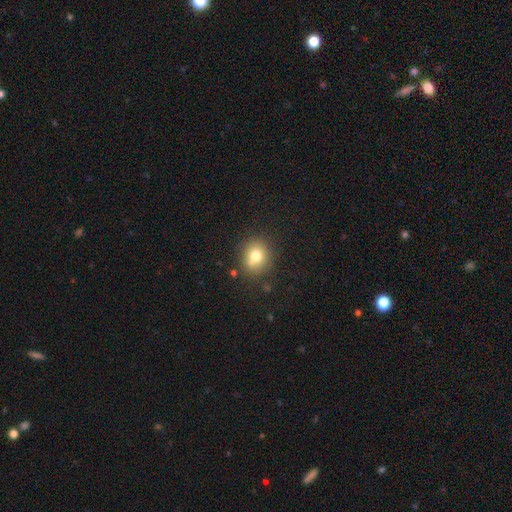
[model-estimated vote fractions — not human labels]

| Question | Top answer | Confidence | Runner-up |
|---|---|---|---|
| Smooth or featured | smooth | 76% | featured or disk (12%) |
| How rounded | round | 75% | in between (24%) |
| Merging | none | 71% | minor disturbance (15%) |